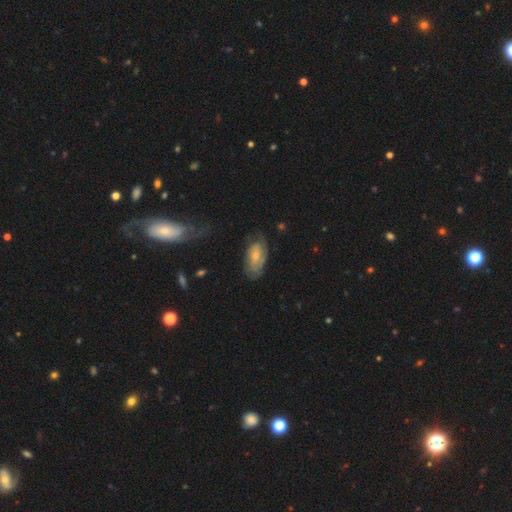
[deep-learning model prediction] Smooth or featured? Predicted: featured or disk (p=0.49). Merging? Predicted: none (p=0.61).